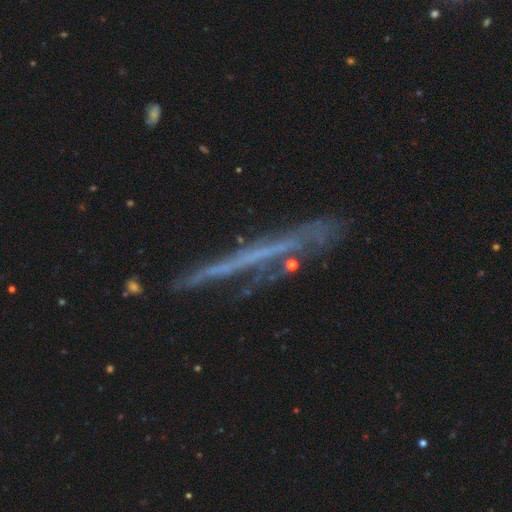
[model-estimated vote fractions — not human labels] Smooth or featured: featured or disk — 60% (smooth — 26%)
Edge-on disk: yes — 88% (no — 12%)
Edge-on bulge: none — 91% (rounded — 5%)
Merging: none — 76% (minor disturbance — 15%)